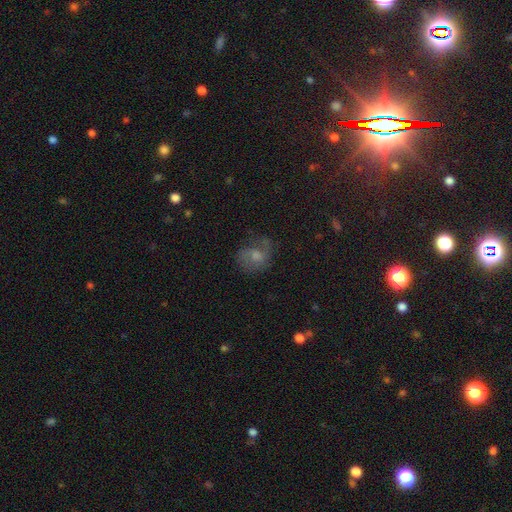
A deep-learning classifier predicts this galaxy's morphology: Q: Smooth or featured?
A: smooth (46%); runner-up: featured or disk (41%)
Q: Merging?
A: none (55%); runner-up: minor disturbance (23%)